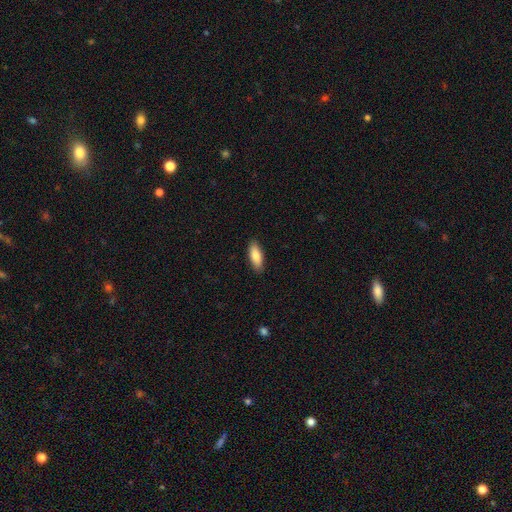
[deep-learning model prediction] smooth_or_featured: smooth (p=0.85) [alt: featured or disk p=0.09]
how_rounded: in between (p=0.70) [alt: cigar-shaped p=0.28]
merging: none (p=0.88) [alt: minor disturbance p=0.09]